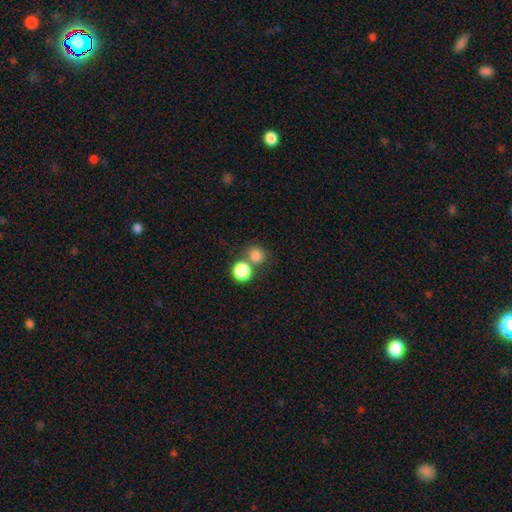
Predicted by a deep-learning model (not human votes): Overall: smooth (82%). How rounded: round (82%). Merging: none (54%; merger 35%).